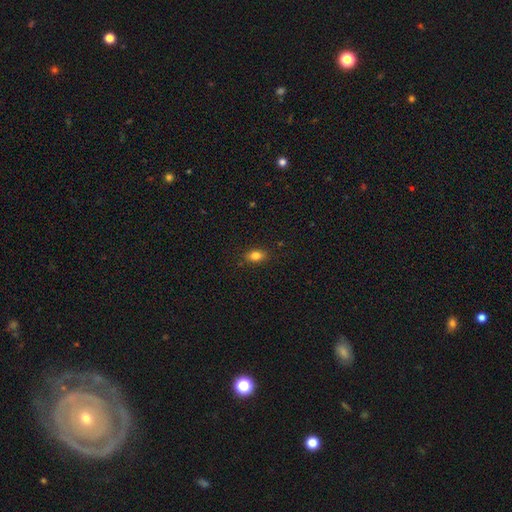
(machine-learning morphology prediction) type=smooth (81%); roundness=in between (80%); merging=none (87%).